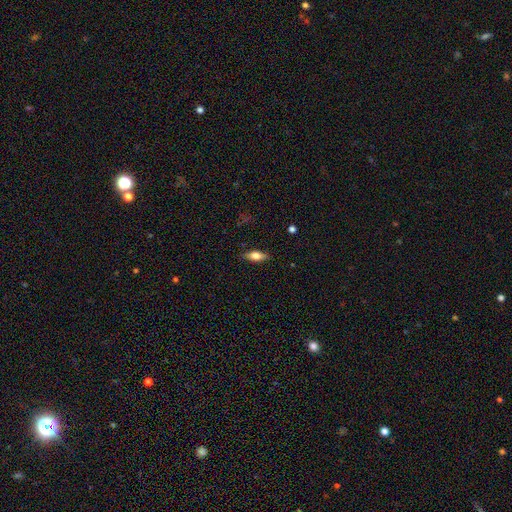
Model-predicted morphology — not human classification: A smooth galaxy with no disk features (67%) that is in between round and cigar-shaped (73%).

Vote fractions:
- Smooth or featured? smooth: 67% / featured or disk: 26% / star or artifact: 7%
- How rounded? in between: 73% / cigar-shaped: 24% / round: 3%
- Merging? none: 86% / minor disturbance: 11% / major disturbance: 2% / merger: 1%